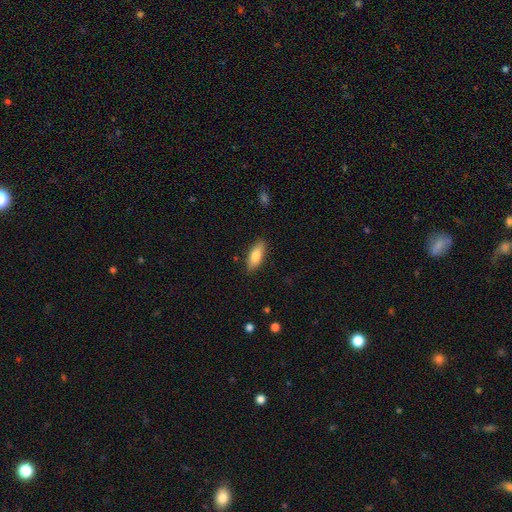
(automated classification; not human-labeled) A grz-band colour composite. It shows a smooth galaxy with no disk features (81%) that is in between round and cigar-shaped (71%). Merging: none (86%).